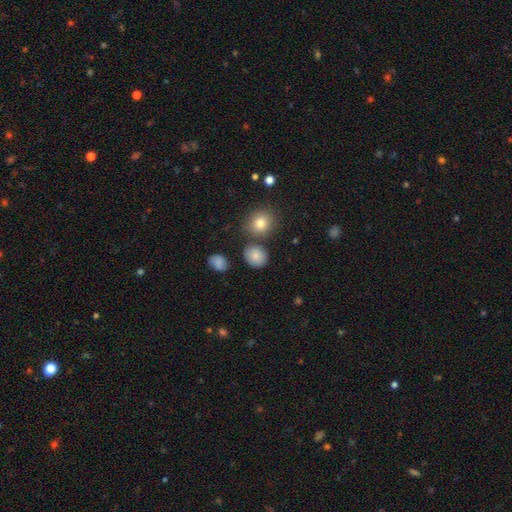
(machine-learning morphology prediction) This appears to be a smooth galaxy with no disk features (82%) that is round (68%). Merging: none (75%).